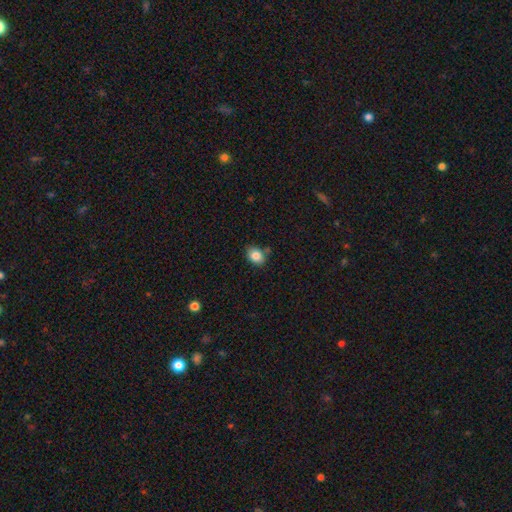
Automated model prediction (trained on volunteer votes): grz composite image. It shows a smooth galaxy with no disk features (85%) that is in between round and cigar-shaped (64%). Merging: none (77%).